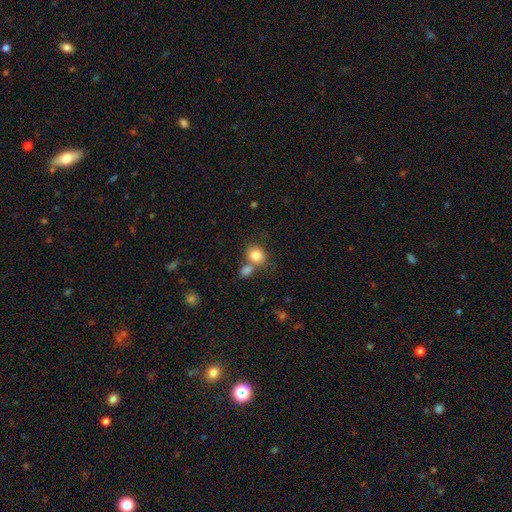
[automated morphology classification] This is clearly a smooth galaxy (82%). How rounded: likely round (64%). Merging: possibly none (48%).